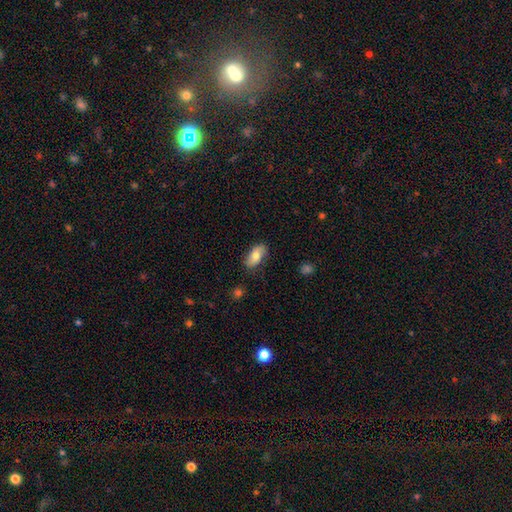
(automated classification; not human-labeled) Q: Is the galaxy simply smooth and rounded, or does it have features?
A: smooth — 73%.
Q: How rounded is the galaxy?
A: in between — 92%.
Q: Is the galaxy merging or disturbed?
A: none — 76%.